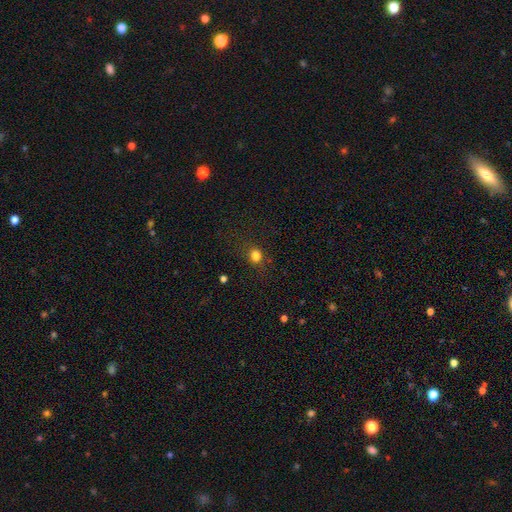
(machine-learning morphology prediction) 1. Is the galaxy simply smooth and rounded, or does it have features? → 79% smooth, 15% star or artifact, 6% featured or disk.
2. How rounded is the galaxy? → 61% round, 38% in between, 2% cigar-shaped.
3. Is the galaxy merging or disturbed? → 77% none, 14% minor disturbance, 6% major disturbance, 3% merger.